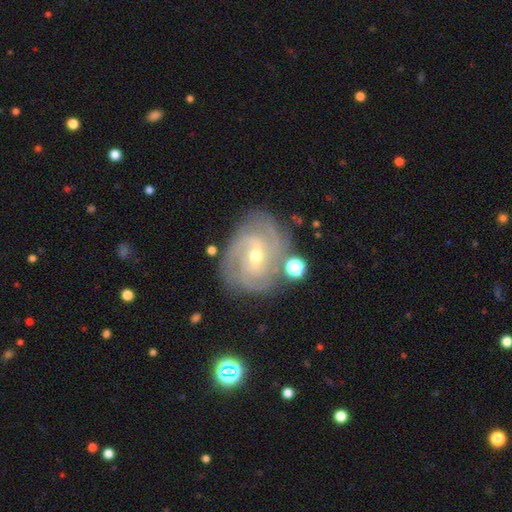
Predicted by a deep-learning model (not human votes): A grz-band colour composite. It shows a featured or disk galaxy (88%) with a weak bar (51%), 3 (31%) tight (61%) spiral arms (97%) and a small central bulge (52%). Merging: none (76%).